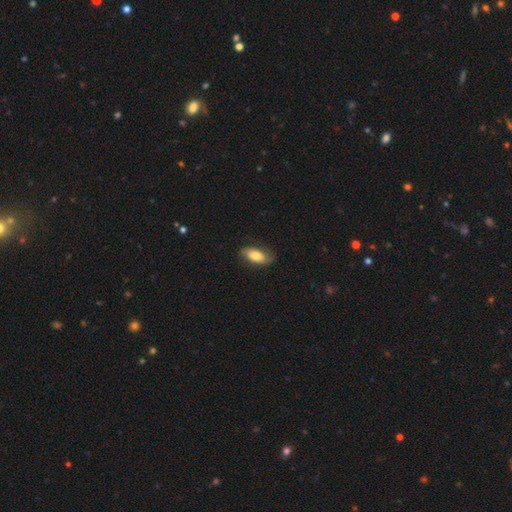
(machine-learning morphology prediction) smooth_or_featured: smooth (p=0.69) [alt: featured or disk p=0.24]
how_rounded: in between (p=0.88) [alt: cigar-shaped p=0.08]
merging: none (p=0.73) [alt: minor disturbance p=0.20]